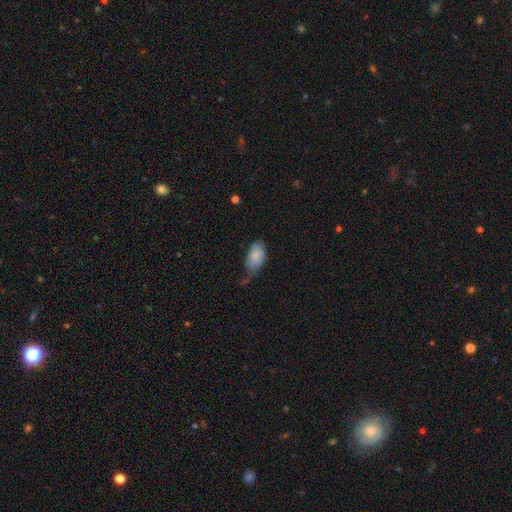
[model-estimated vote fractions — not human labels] smooth_or_featured: smooth (p=0.83) [alt: featured or disk p=0.10]
how_rounded: in between (p=0.94) [alt: round p=0.03]
merging: minor disturbance (p=0.43) [alt: none p=0.39]